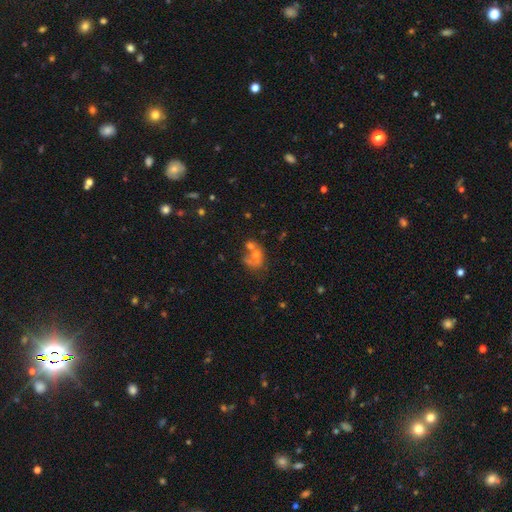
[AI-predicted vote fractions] smooth_or_featured: smooth (p=0.46) [alt: featured or disk p=0.34]
merging: merger (p=0.47) [alt: none p=0.28]